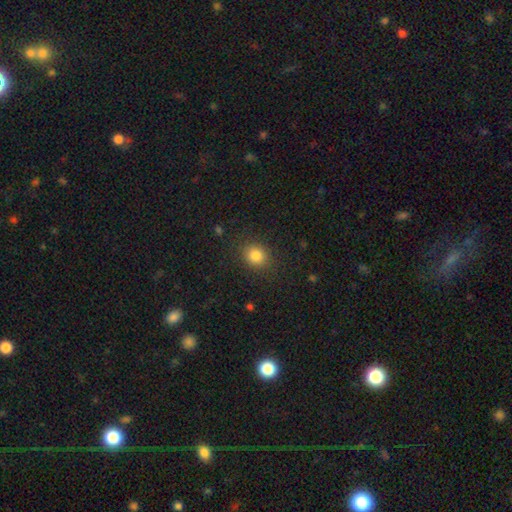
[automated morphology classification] smooth-or-featured: smooth: 84% | star or artifact: 11% | featured or disk: 5%
  how-rounded: round: 70% | in between: 29% | cigar-shaped: 1%
  merging: none: 87% | minor disturbance: 9% | major disturbance: 3% | merger: 1%